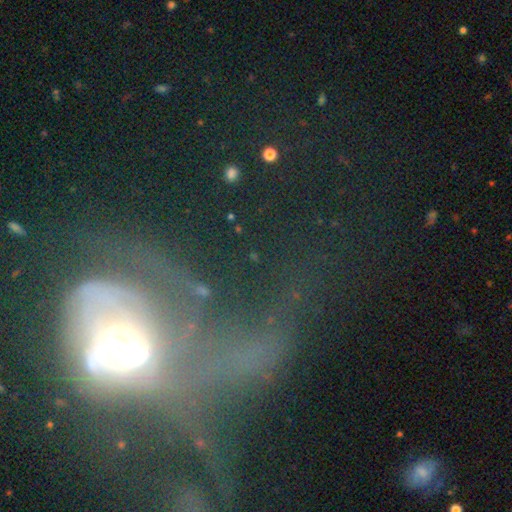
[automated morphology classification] smooth_or_featured: featured or disk (p=0.47) [alt: star or artifact p=0.30]
merging: none (p=0.54) [alt: major disturbance p=0.23]